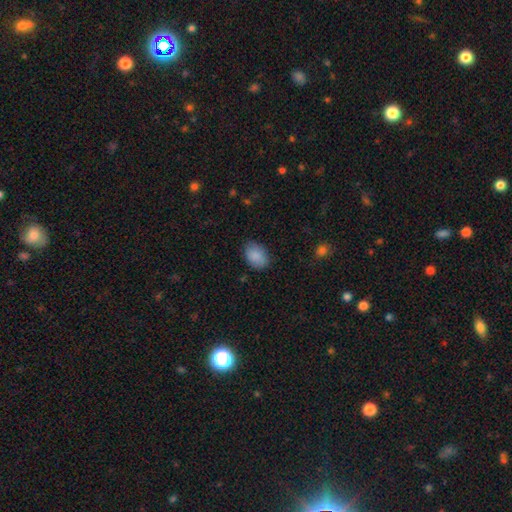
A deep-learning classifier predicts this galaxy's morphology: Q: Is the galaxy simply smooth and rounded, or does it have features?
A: smooth — 89%.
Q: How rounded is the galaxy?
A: in between — 83%.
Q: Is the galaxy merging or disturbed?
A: none — 80%.